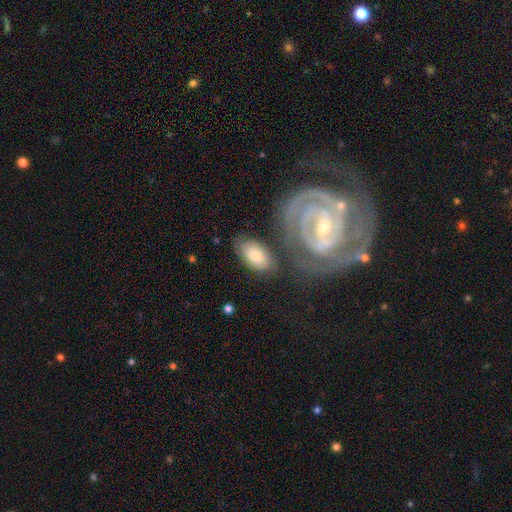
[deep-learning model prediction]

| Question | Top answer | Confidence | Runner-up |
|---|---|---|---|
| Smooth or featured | smooth | 65% | featured or disk (29%) |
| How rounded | in between | 92% | round (5%) |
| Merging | none | 64% | minor disturbance (17%) |